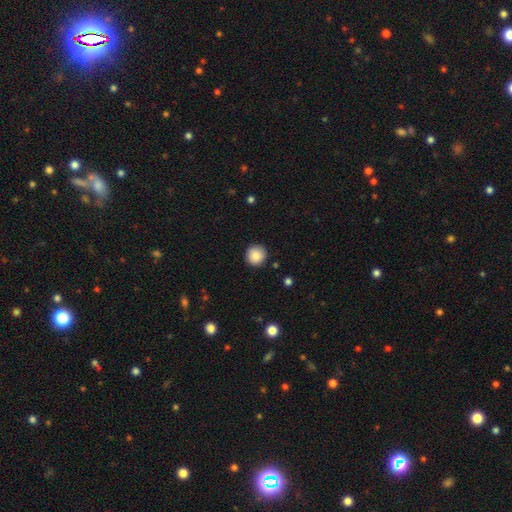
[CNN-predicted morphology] Smooth or featured? smooth (87%)
How rounded? round (94%)
Merging? none (90%)